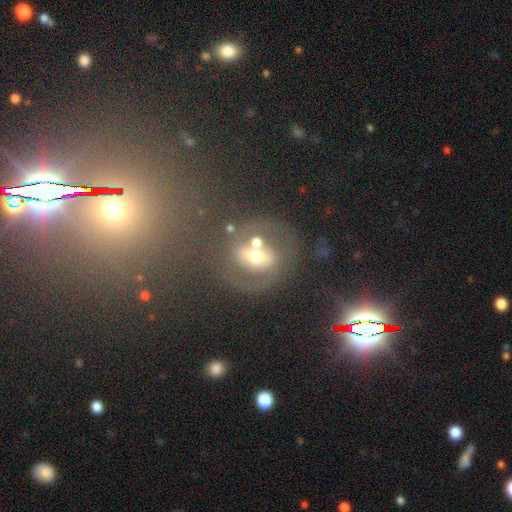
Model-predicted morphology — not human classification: Smooth or featured? featured or disk (58%)
Edge-on disk? no (95%)
Bar? no (44%)
Spiral arms? no (55%)
Bulge size? moderate (67%)
Merging? none (54%)